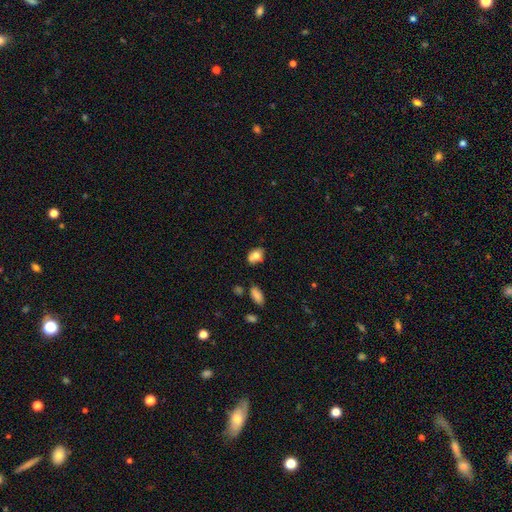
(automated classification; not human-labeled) Morphology: type=smooth (76%); roundness=in between (68%); merging=none (58%).